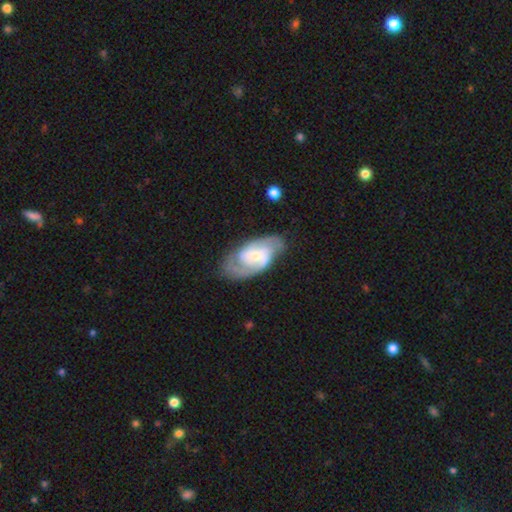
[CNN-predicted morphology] This appears to be a featured or disk galaxy (84%) with no bar (49%), 2 (74%) medium (49%) spiral arms (96%) and a small central bulge (54%). Merging: none (71%).